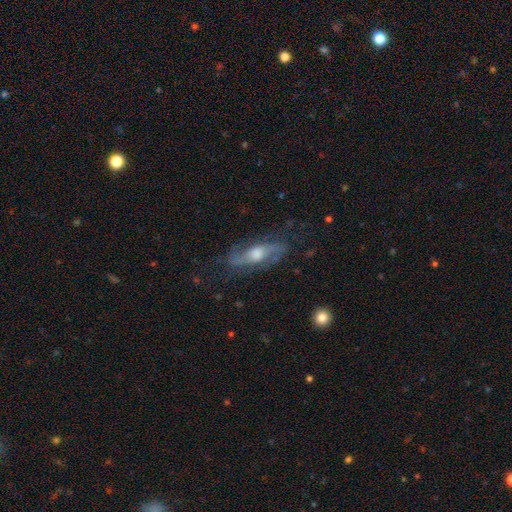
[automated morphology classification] This is likely a featured or disk galaxy (77%). It is clearly not viewed edge-on (82%). Bar: possibly no (50%). Spiral arm pattern: clearly yes (91%). Spiral arm count: clearly 2 (85%). Spiral winding: possibly medium (45%). Central bulge: possibly moderate (60%). Merging: likely none (74%).